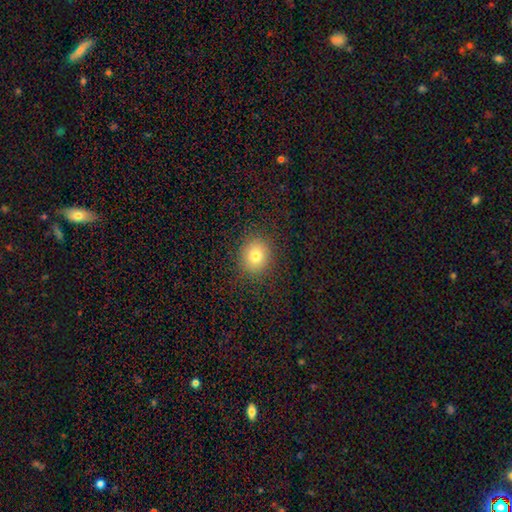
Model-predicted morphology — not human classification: A smooth galaxy with no disk features (77%) that is round (79%).

Vote fractions:
- Smooth or featured? smooth: 77% / star or artifact: 13% / featured or disk: 10%
- How rounded? round: 79% / in between: 20% / cigar-shaped: 1%
- Merging? none: 88% / minor disturbance: 7% / major disturbance: 3% / merger: 1%